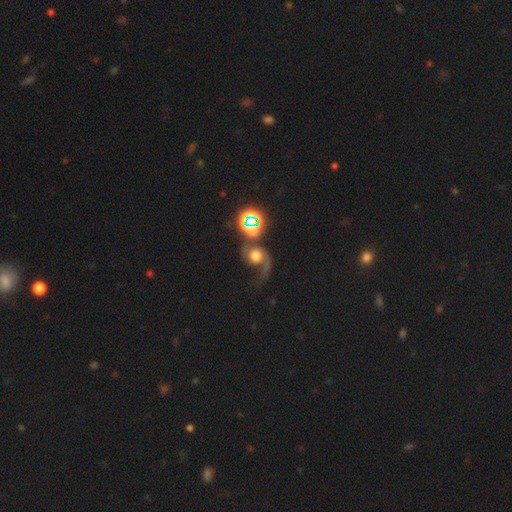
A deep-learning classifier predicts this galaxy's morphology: Q: Smooth or featured?
A: featured or disk (62%); runner-up: smooth (23%)
Q: Edge-on disk?
A: no (97%); runner-up: yes (3%)
Q: Bar?
A: no (73%); runner-up: weak (21%)
Q: Spiral arms?
A: yes (88%); runner-up: no (12%)
Q: Spiral winding?
A: loose (72%); runner-up: medium (22%)
Q: Spiral arm count?
A: 1 (50%); runner-up: 2 (44%)
Q: Bulge size?
A: moderate (44%); runner-up: large (31%)
Q: Merging?
A: major disturbance (34%); runner-up: merger (27%)